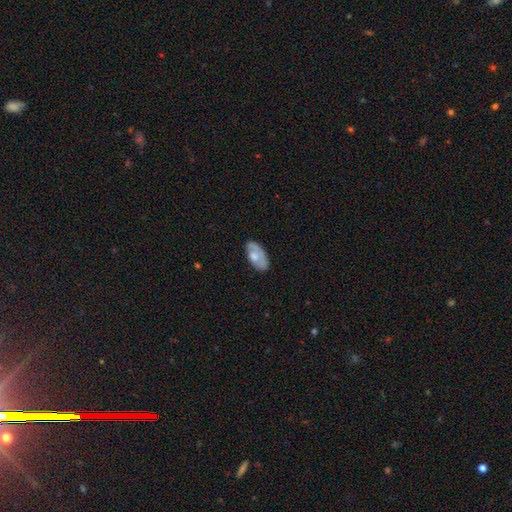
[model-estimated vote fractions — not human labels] This is likely a smooth galaxy (65%). How rounded: clearly in between (93%). Merging: likely none (64%).